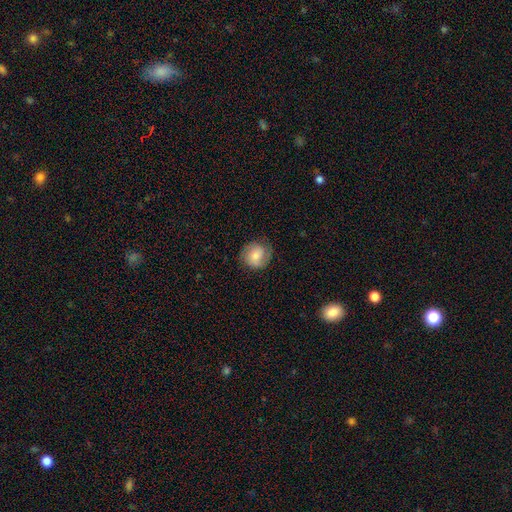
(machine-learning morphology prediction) A smooth galaxy with no disk features (53%) that is round (80%).

Vote fractions:
- Smooth or featured? smooth: 53% / featured or disk: 38% / star or artifact: 8%
- How rounded? round: 80% / in between: 19% / cigar-shaped: 1%
- Merging? none: 77% / minor disturbance: 16% / major disturbance: 6% / merger: 1%